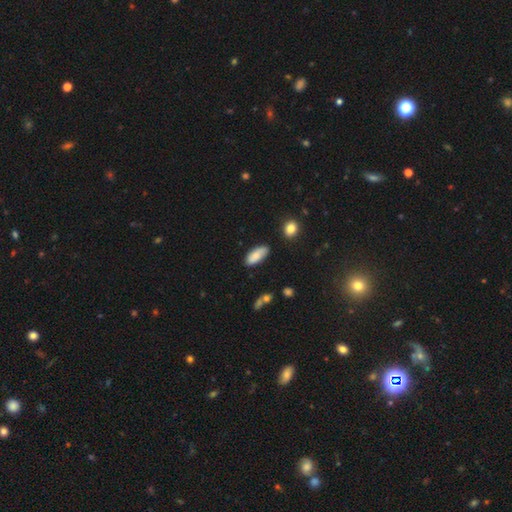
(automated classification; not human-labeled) This appears to be a smooth galaxy with no disk features (82%) that is in between round and cigar-shaped (84%). Merging: none (76%).